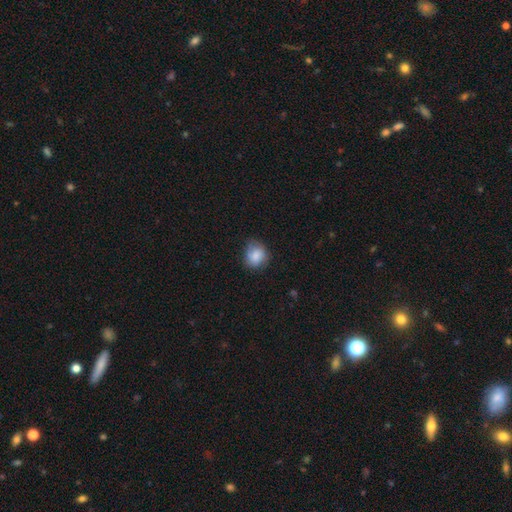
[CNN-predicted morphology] A smooth galaxy with no disk features (82%) that is round (69%).

Vote fractions:
- Smooth or featured? smooth: 82% / featured or disk: 10% / star or artifact: 8%
- How rounded? round: 69% / in between: 30% / cigar-shaped: 1%
- Merging? none: 66% / minor disturbance: 26% / major disturbance: 6% / merger: 1%